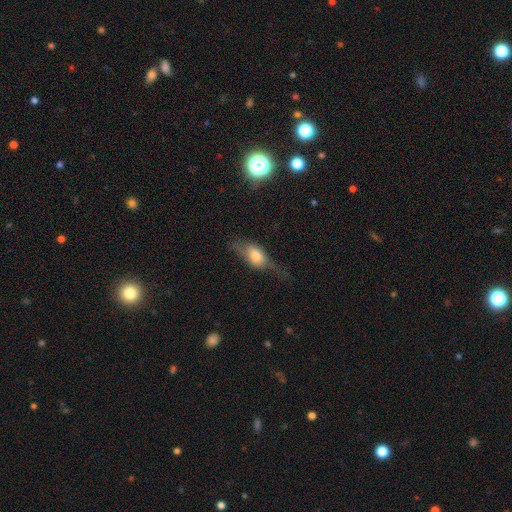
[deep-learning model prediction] smooth-or-featured: smooth: 57% | featured or disk: 35% | star or artifact: 8%
  how-rounded: in between: 78% | cigar-shaped: 12% | round: 10%
  merging: none: 43% | minor disturbance: 29% | major disturbance: 25% | merger: 2%